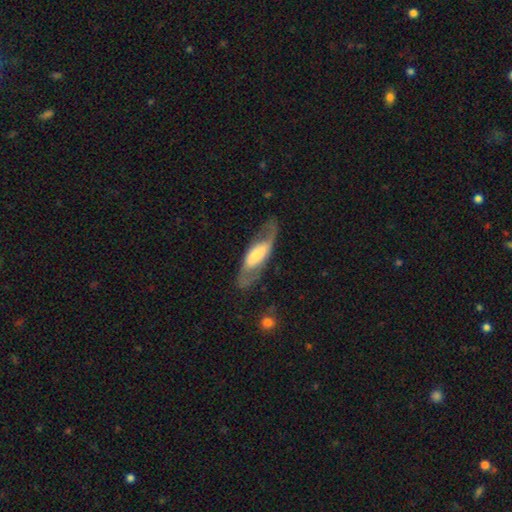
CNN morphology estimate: Smooth or featured? featured or disk (66%)
Edge-on disk? no (79%)
Bar? strong (35%)
Spiral arms? yes (80%)
Bulge size? large (40%)
Merging? none (64%)